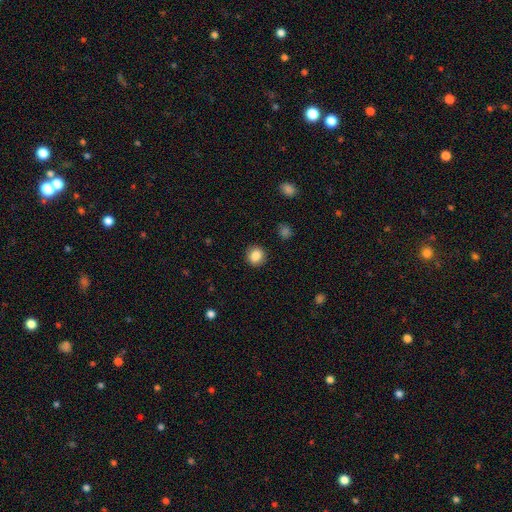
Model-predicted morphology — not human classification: Smooth or featured? smooth (86%)
How rounded? round (89%)
Merging? none (91%)